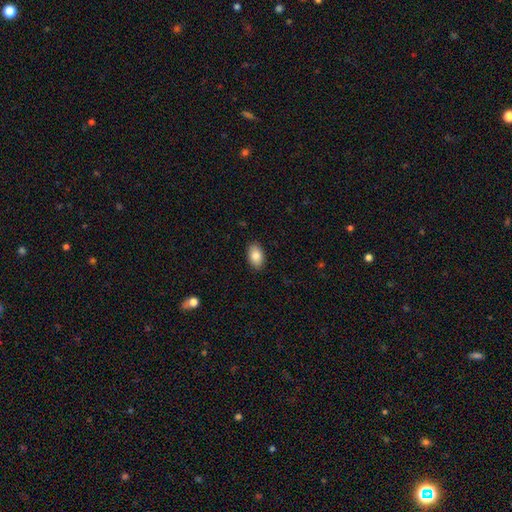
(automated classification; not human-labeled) Morphology: type=smooth (85%); roundness=in between (90%); merging=none (89%).